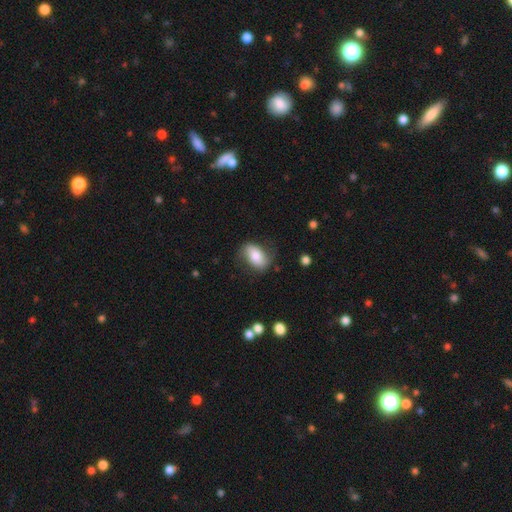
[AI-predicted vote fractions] smooth 65%, featured or disk 28%, star or artifact 7%. Down the decision tree: how rounded — in between (87%); merging — none (69%).